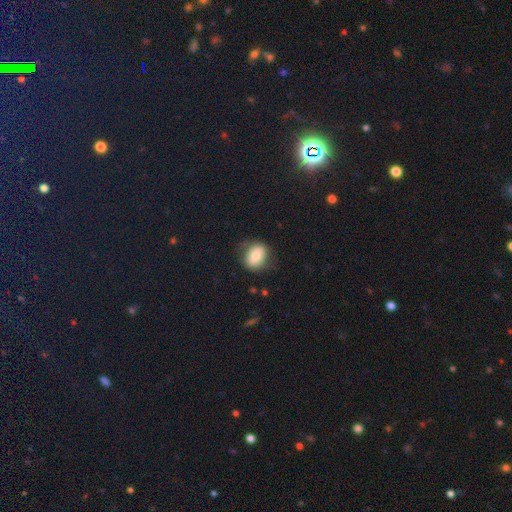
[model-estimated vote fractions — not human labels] Overall: smooth (74%). How rounded: in between (56%; round 42%). Merging: none (71%).